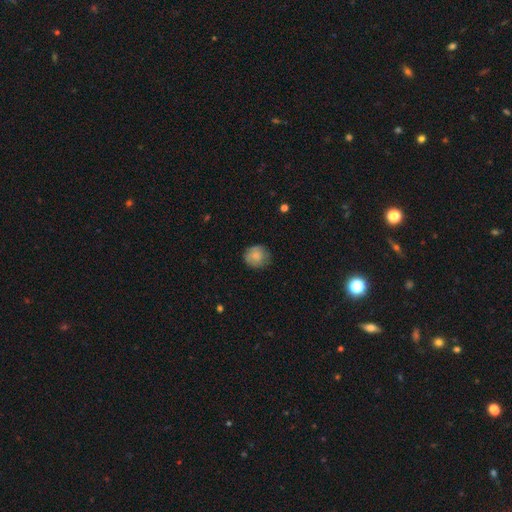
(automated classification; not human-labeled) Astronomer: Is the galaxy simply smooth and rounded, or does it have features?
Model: smooth — 80%.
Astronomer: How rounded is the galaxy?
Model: round — 85%.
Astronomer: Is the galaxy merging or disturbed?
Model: none — 73%.